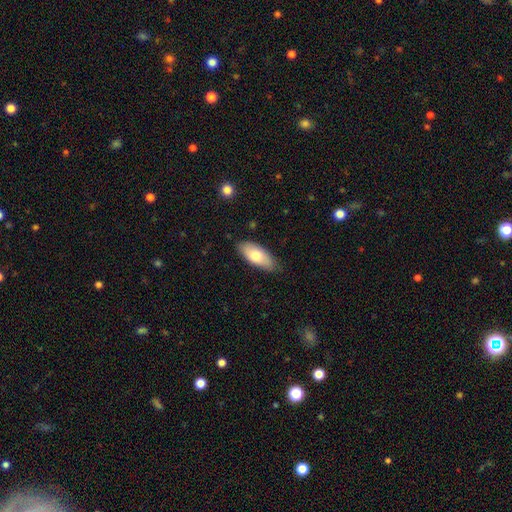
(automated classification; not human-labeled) Smooth or featured?
  - smooth: 73% *
  - featured or disk: 21%
  - star or artifact: 6%
How rounded?
  - in between: 86% *
  - cigar-shaped: 12%
  - round: 2%
Merging?
  - none: 81% *
  - minor disturbance: 16%
  - major disturbance: 2%
  - merger: 1%